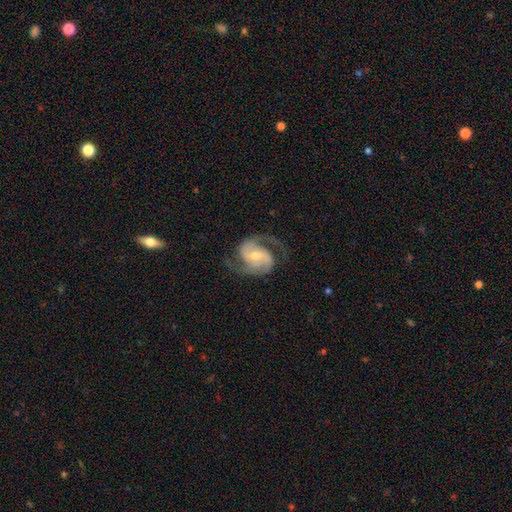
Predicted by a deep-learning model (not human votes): Smooth or featured: featured or disk — 89% (smooth — 6%)
Edge-on disk: no — 98% (yes — 2%)
Bar: weak — 45% (no — 39%)
Spiral arms: yes — 97% (no — 3%)
Spiral winding: medium — 55% (tight — 22%)
Spiral arm count: 2 — 89% (3 — 4%)
Bulge size: moderate — 59% (small — 35%)
Merging: none — 72% (minor disturbance — 16%)